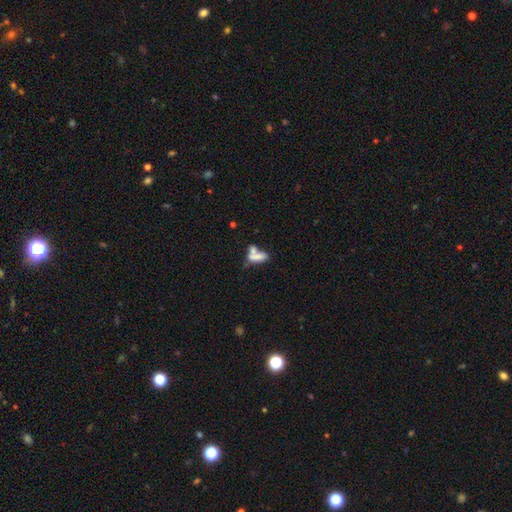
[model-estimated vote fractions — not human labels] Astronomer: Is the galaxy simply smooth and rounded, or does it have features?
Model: smooth — 69%.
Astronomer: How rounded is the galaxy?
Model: in between — 66%.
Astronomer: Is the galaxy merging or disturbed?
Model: merger — 55%.